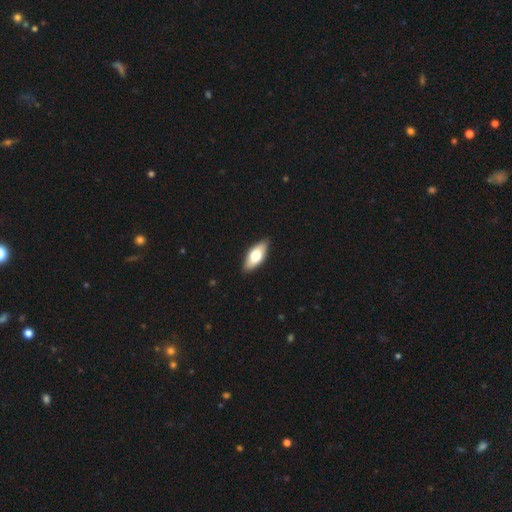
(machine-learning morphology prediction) A smooth galaxy with no disk features (67%) that is in between round and cigar-shaped (83%). Merging: none (88%).